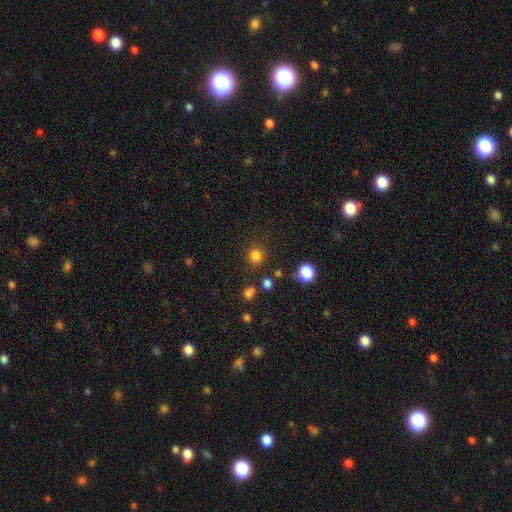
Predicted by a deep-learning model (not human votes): Q: Smooth or featured?
A: smooth (82%); runner-up: star or artifact (14%)
Q: How rounded?
A: round (90%); runner-up: in between (10%)
Q: Merging?
A: none (84%); runner-up: minor disturbance (8%)